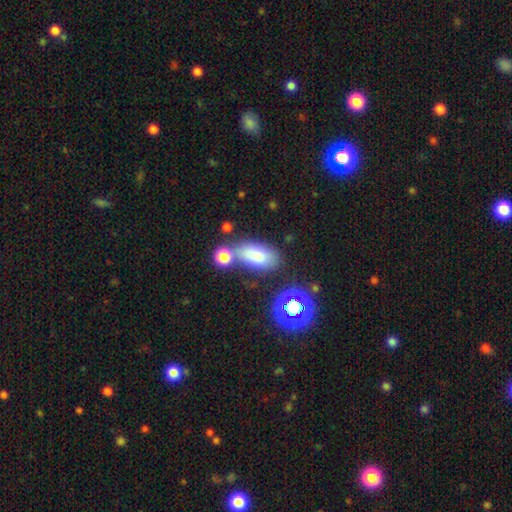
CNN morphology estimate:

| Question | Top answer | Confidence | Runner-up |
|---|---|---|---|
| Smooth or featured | smooth | 74% | featured or disk (13%) |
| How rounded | in between | 86% | cigar-shaped (8%) |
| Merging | none | 58% | merger (20%) |